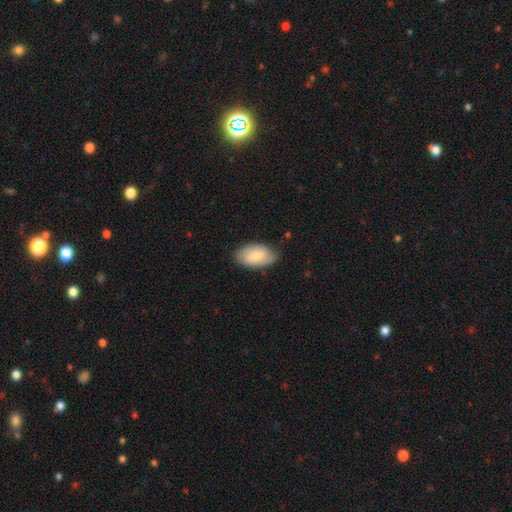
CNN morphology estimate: A smooth galaxy with no disk features (69%) that is in between round and cigar-shaped (94%).

Vote fractions:
- Smooth or featured? smooth: 69% / featured or disk: 25% / star or artifact: 6%
- How rounded? in between: 94% / round: 4% / cigar-shaped: 2%
- Merging? none: 77% / minor disturbance: 18% / major disturbance: 3% / merger: 1%